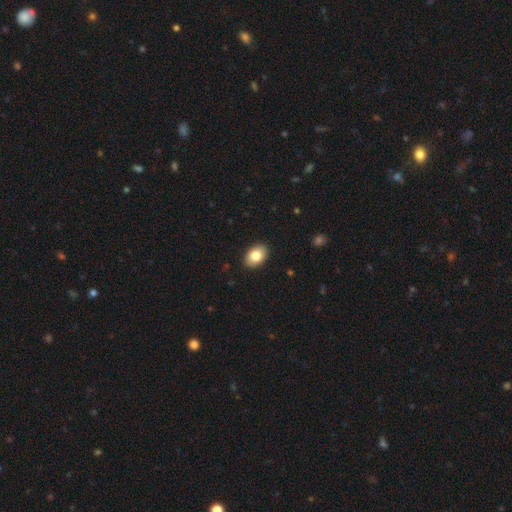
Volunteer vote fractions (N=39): smooth 72%, featured or disk 23%, star or artifact 5%. Down the decision tree: how rounded — in between (96%); merging — none (95%).